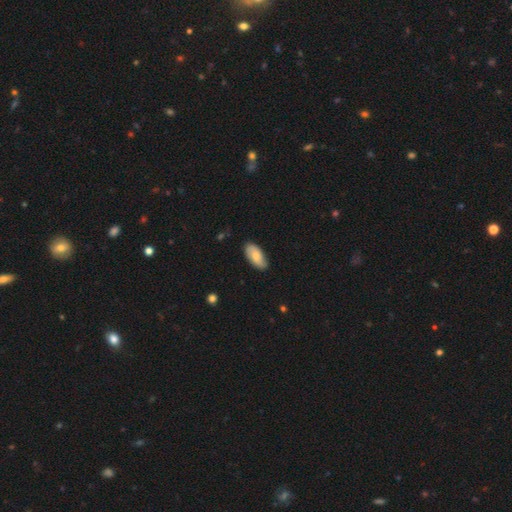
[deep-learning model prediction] This is likely a smooth galaxy (65%). How rounded: clearly in between (91%). Merging: clearly none (80%).